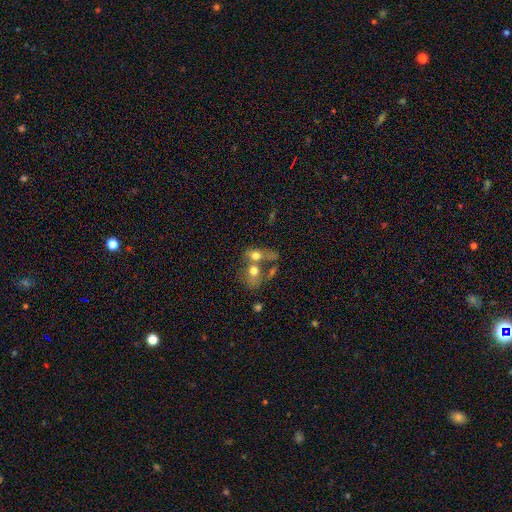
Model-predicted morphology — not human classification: Smooth or featured? Predicted: smooth (p=0.62). How rounded? Predicted: in between (p=0.57). Merging? Predicted: merger (p=0.66).